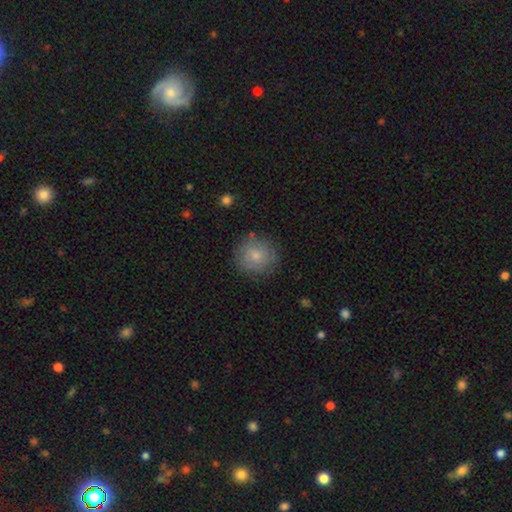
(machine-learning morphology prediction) A smooth galaxy with no disk features (74%) that is round (91%).

Vote fractions:
- Smooth or featured? smooth: 74% / featured or disk: 18% / star or artifact: 8%
- How rounded? round: 91% / in between: 8% / cigar-shaped: 1%
- Merging? none: 81% / minor disturbance: 13% / major disturbance: 4% / merger: 2%